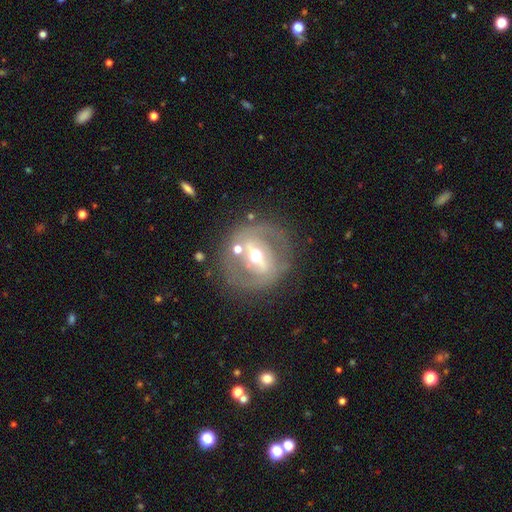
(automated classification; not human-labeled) Q: Smooth or featured?
A: featured or disk (76%); runner-up: smooth (17%)
Q: Edge-on disk?
A: no (92%); runner-up: yes (8%)
Q: Bar?
A: strong (58%); runner-up: weak (28%)
Q: Spiral arms?
A: no (52%); runner-up: yes (48%)
Q: Bulge size?
A: moderate (71%); runner-up: small (21%)
Q: Merging?
A: none (74%); runner-up: minor disturbance (13%)